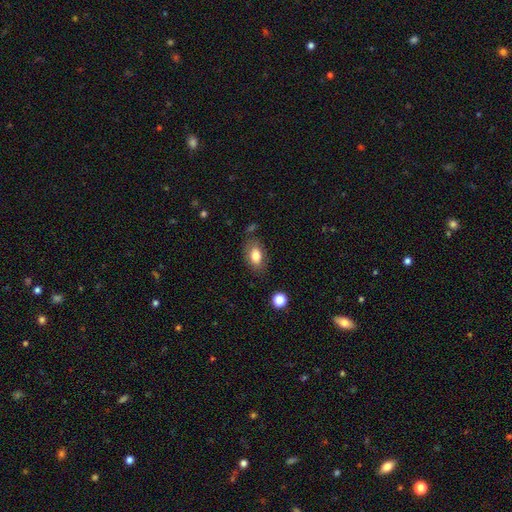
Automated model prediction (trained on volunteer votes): smooth 79%, featured or disk 13%, star or artifact 8%. Down the decision tree: how rounded — in between (89%); merging — none (77%).